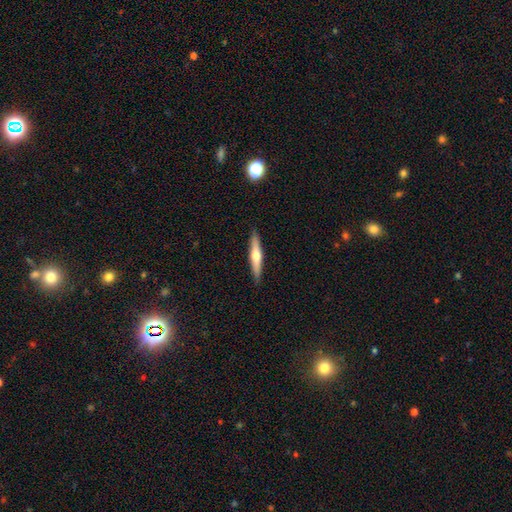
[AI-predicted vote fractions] Morphology: type=featured or disk (53%); edge-on=yes (95%); edge-on bulge=rounded (88%); merging=none (90%).